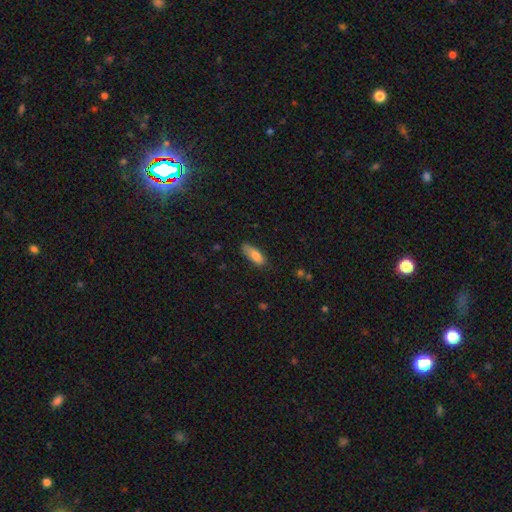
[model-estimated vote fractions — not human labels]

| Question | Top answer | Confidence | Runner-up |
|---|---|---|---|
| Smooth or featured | smooth | 80% | featured or disk (12%) |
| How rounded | in between | 69% | cigar-shaped (29%) |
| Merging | none | 66% | minor disturbance (26%) |